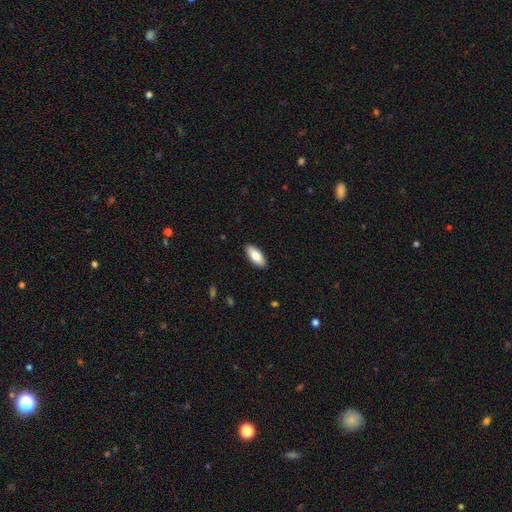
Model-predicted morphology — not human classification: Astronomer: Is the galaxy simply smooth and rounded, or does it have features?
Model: smooth — 82%.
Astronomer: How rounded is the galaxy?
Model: in between — 87%.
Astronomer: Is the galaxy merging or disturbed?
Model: none — 90%.